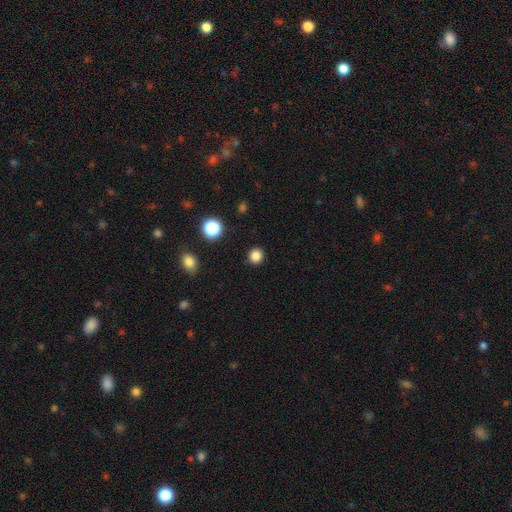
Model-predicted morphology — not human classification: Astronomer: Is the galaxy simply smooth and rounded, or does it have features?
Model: smooth — 84%.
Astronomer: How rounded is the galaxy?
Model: round — 92%.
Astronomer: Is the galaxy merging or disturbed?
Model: none — 91%.